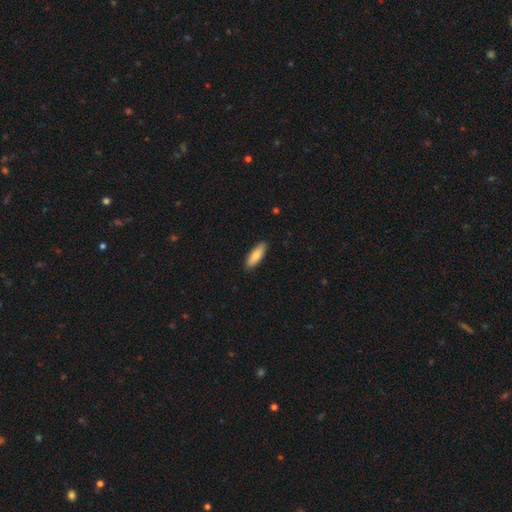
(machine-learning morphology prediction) smooth-or-featured: smooth: 83% | featured or disk: 12% | star or artifact: 5%
  how-rounded: in between: 57% | cigar-shaped: 41% | round: 2%
  merging: none: 89% | minor disturbance: 8% | major disturbance: 2% | merger: 1%